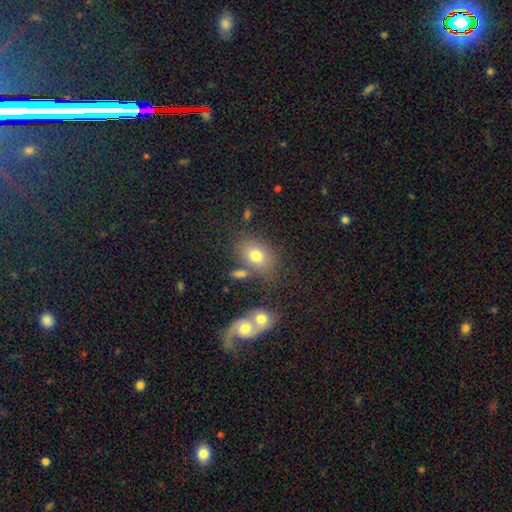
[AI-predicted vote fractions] Smooth or featured?
  - smooth: 74% *
  - featured or disk: 14%
  - star or artifact: 12%
How rounded?
  - in between: 71% *
  - round: 27%
  - cigar-shaped: 1%
Merging?
  - none: 67% *
  - minor disturbance: 14%
  - merger: 13%
  - major disturbance: 6%